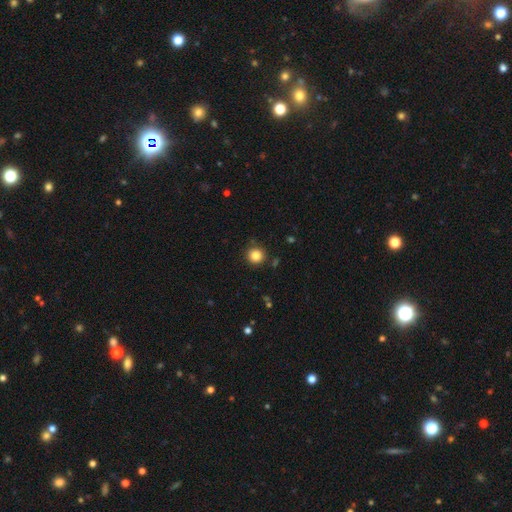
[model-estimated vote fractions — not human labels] This appears to be a smooth galaxy with no disk features (84%) that is round (94%). Merging: none (87%).